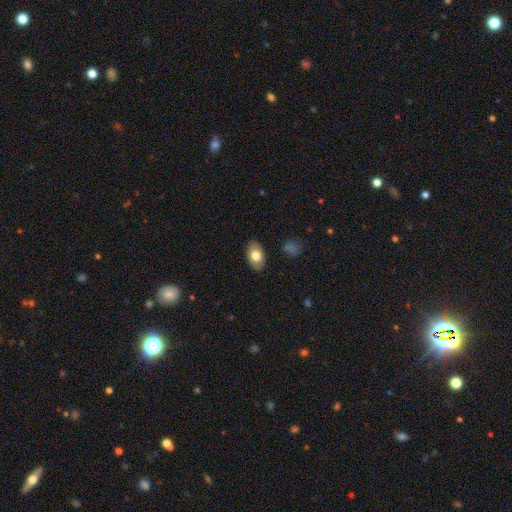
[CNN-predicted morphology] Smooth or featured?
  - smooth: 77% *
  - featured or disk: 16%
  - star or artifact: 7%
How rounded?
  - in between: 89% *
  - round: 9%
  - cigar-shaped: 1%
Merging?
  - none: 86% *
  - minor disturbance: 10%
  - major disturbance: 2%
  - merger: 1%